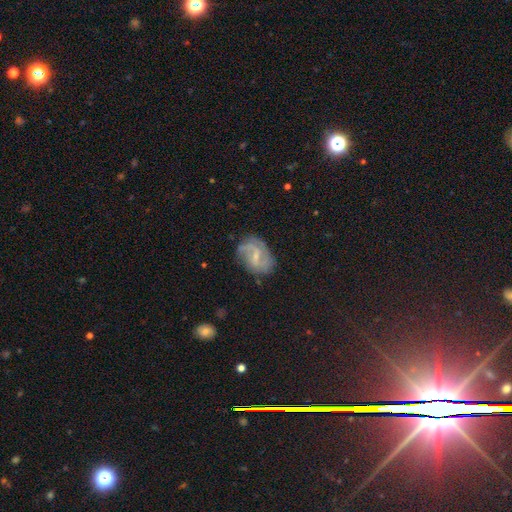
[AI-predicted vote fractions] Smooth or featured?
  - featured or disk: 77% *
  - smooth: 16%
  - star or artifact: 8%
Edge-on disk?
  - no: 97% *
  - yes: 3%
Bar?
  - weak: 59% *
  - no: 25%
  - strong: 16%
Spiral arms?
  - yes: 91% *
  - no: 9%
Spiral winding?
  - medium: 45% *
  - tight: 31%
  - loose: 24%
Spiral arm count?
  - 2: 55% *
  - can't tell: 21%
  - 3: 11%
  - 1: 7%
  - 4: 3%
  - more than 4: 3%
Bulge size?
  - small: 65% *
  - moderate: 25%
  - none: 8%
  - large: 1%
  - dominant: 1%
Merging?
  - none: 67% *
  - minor disturbance: 22%
  - major disturbance: 10%
  - merger: 2%